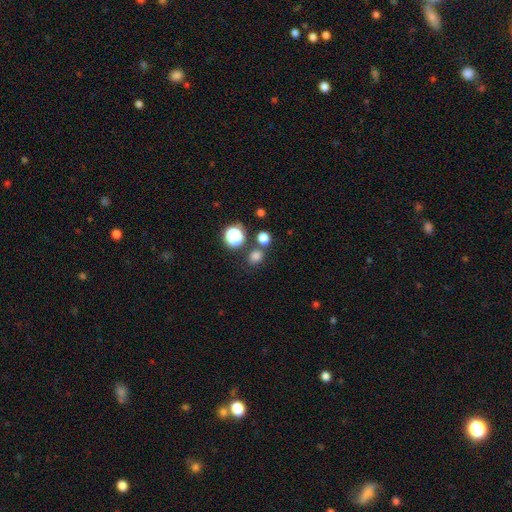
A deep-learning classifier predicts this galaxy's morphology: Smooth or featured?
  - smooth: 76% *
  - star or artifact: 19%
  - featured or disk: 5%
How rounded?
  - round: 71% *
  - in between: 28%
  - cigar-shaped: 1%
Merging?
  - none: 71% *
  - merger: 16%
  - minor disturbance: 9%
  - major disturbance: 4%